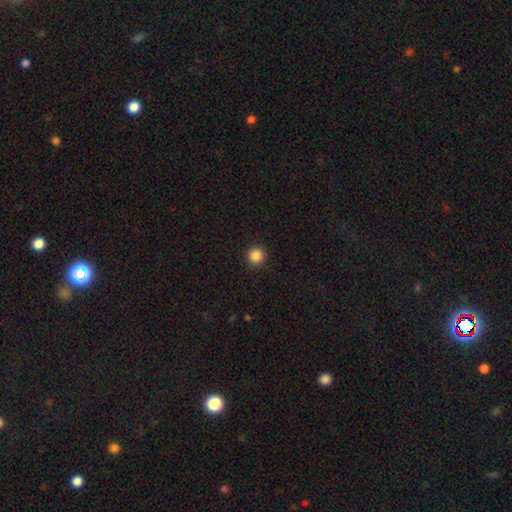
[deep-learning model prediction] A smooth galaxy with no disk features (86%) that is round (95%).

Vote fractions:
- Smooth or featured? smooth: 86% / star or artifact: 10% / featured or disk: 3%
- How rounded? round: 95% / in between: 4% / cigar-shaped: 1%
- Merging? none: 93% / minor disturbance: 4% / major disturbance: 2% / merger: 1%